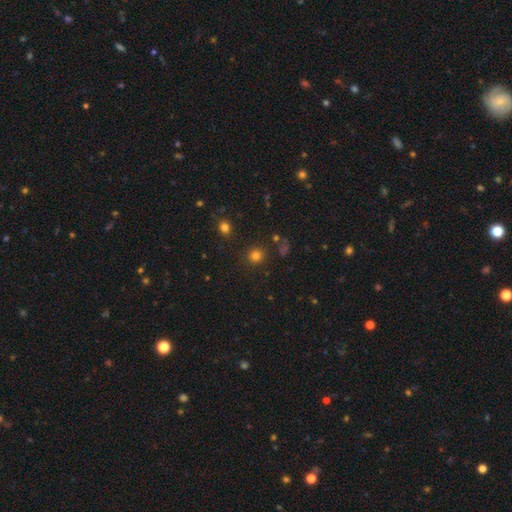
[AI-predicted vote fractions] This appears to be a smooth galaxy with no disk features (78%) that is round (91%). Merging: none (87%).